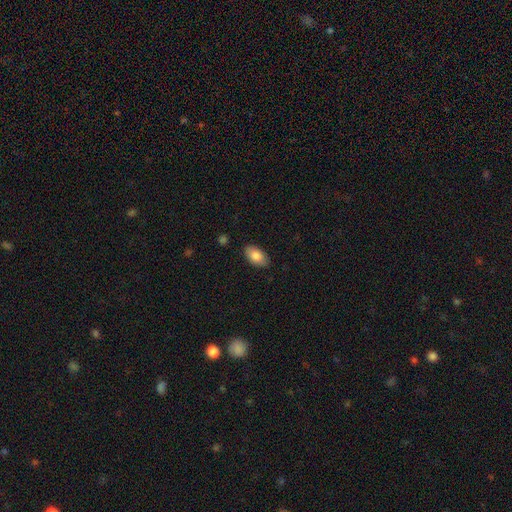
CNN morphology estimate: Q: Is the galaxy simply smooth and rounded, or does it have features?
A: smooth — 84%.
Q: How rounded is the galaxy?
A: in between — 94%.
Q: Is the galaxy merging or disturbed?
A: none — 86%.